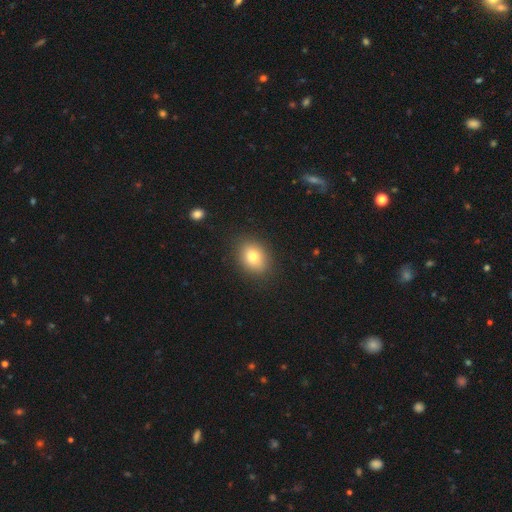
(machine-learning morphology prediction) smooth 77%, star or artifact 13%, featured or disk 10%. Down the decision tree: how rounded — in between (52%); merging — none (90%).